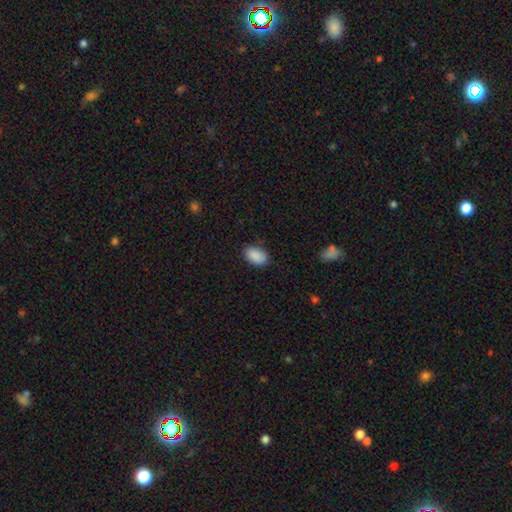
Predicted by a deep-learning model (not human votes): smooth 89%, star or artifact 7%, featured or disk 4%. Down the decision tree: how rounded — in between (91%); merging — none (84%).